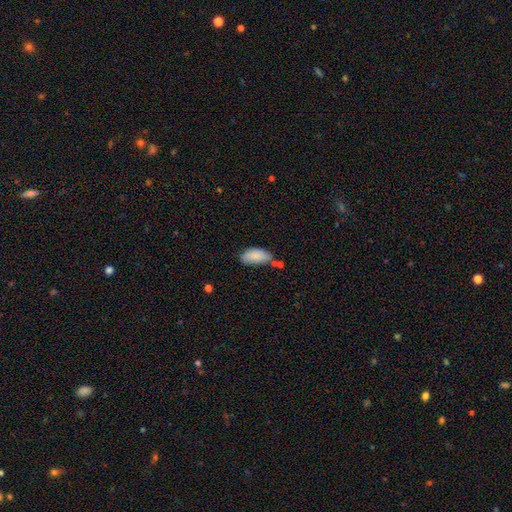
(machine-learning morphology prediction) This appears to be a smooth galaxy with no disk features (86%) that is in between round and cigar-shaped (90%). Merging: none (52%).